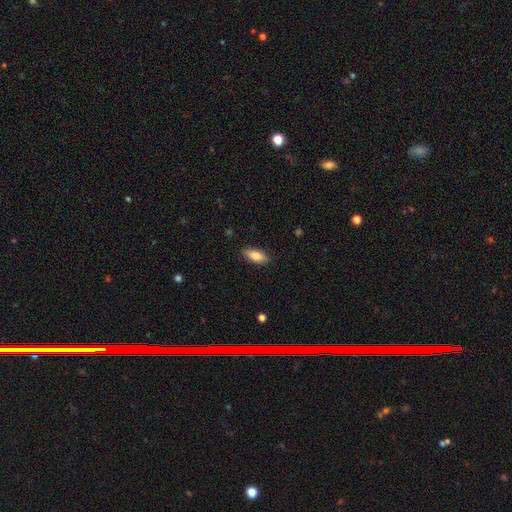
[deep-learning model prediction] smooth 80%, featured or disk 14%, star or artifact 6%. Down the decision tree: how rounded — in between (77%); merging — none (87%).